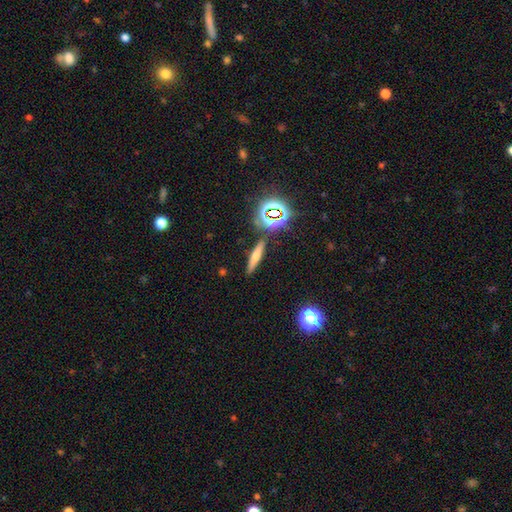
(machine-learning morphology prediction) Q: Smooth or featured?
A: smooth (48%); runner-up: featured or disk (33%)
Q: Merging?
A: none (84%); runner-up: minor disturbance (9%)